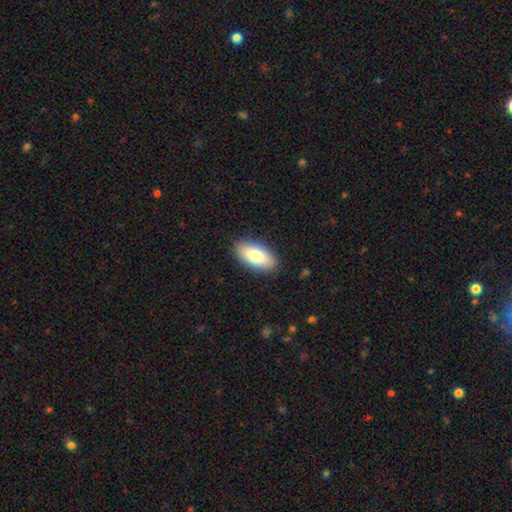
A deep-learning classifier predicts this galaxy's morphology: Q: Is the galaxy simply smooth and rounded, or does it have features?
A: smooth — 78%.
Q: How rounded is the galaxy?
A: in between — 91%.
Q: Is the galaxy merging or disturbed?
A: none — 89%.